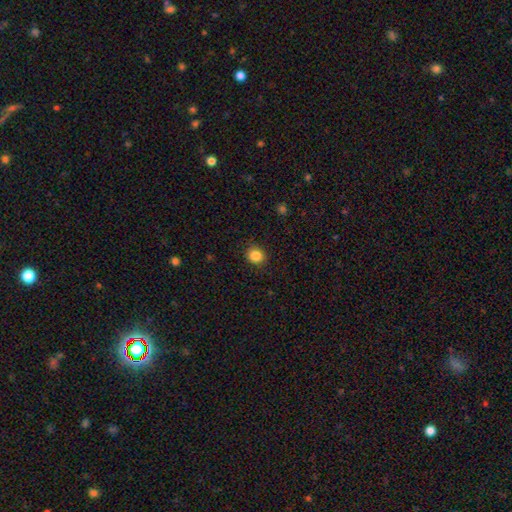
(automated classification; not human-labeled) A smooth galaxy with no disk features (86%) that is round (77%).

Vote fractions:
- Smooth or featured? smooth: 86% / star or artifact: 10% / featured or disk: 4%
- How rounded? round: 77% / in between: 22% / cigar-shaped: 1%
- Merging? none: 88% / minor disturbance: 8% / major disturbance: 2% / merger: 1%